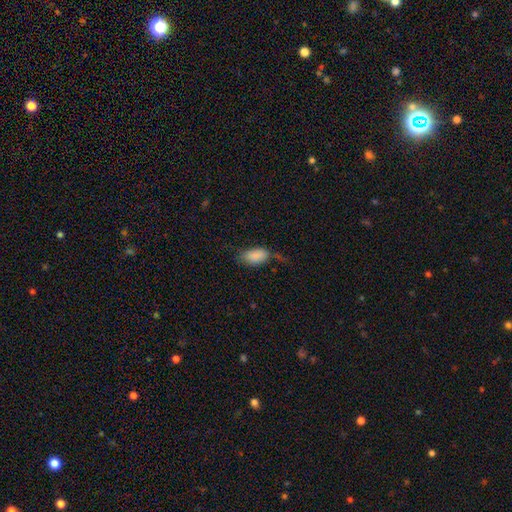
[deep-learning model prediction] Smooth or featured?
  - smooth: 84% *
  - star or artifact: 8%
  - featured or disk: 8%
How rounded?
  - in between: 93% *
  - round: 4%
  - cigar-shaped: 3%
Merging?
  - none: 41% *
  - minor disturbance: 34%
  - major disturbance: 20%
  - merger: 5%